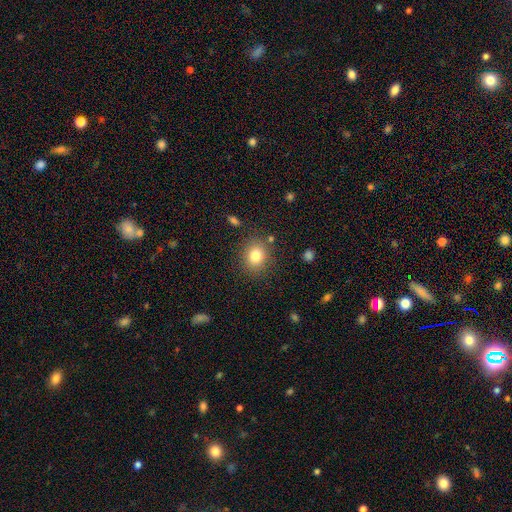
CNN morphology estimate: Smooth or featured? Predicted: smooth (p=0.80). How rounded? Predicted: round (p=0.67). Merging? Predicted: none (p=0.84).